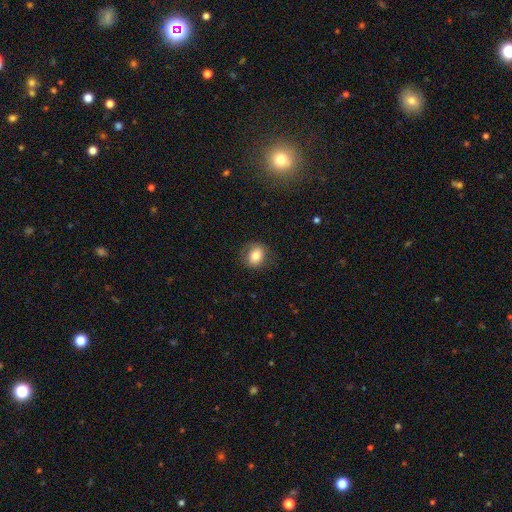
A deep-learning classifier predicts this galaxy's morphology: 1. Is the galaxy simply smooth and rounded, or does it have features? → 77% smooth, 13% featured or disk, 9% star or artifact.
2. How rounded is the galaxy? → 64% round, 35% in between, 1% cigar-shaped.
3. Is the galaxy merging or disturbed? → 80% none, 14% minor disturbance, 5% major disturbance, 1% merger.